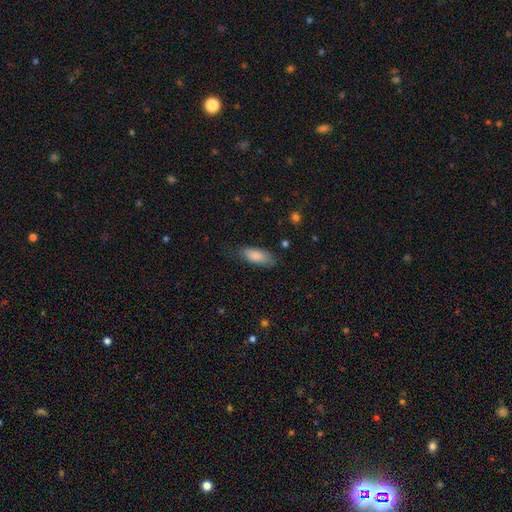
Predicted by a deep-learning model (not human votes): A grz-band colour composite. It shows a smooth galaxy with no disk features (84%) that is in between round and cigar-shaped (80%). Merging: none (73%).